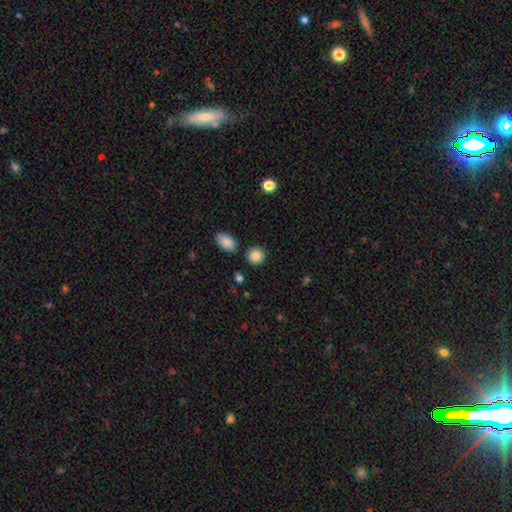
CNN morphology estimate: Smooth or featured: smooth — 87% (star or artifact — 8%)
How rounded: round — 87% (in between — 12%)
Merging: none — 86% (minor disturbance — 8%)